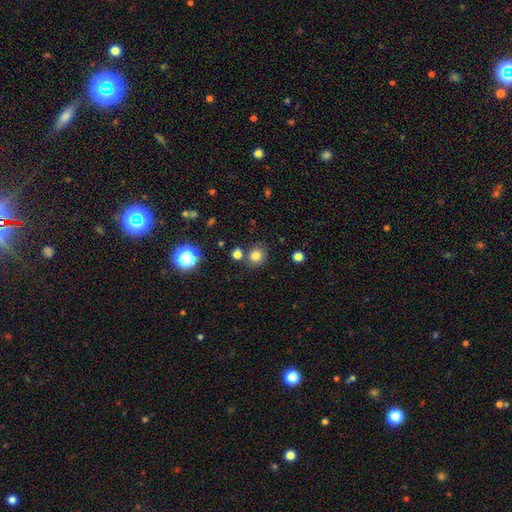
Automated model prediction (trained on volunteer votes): Smooth or featured: smooth — 80% (star or artifact — 14%)
How rounded: round — 86% (in between — 13%)
Merging: none — 74% (merger — 12%)